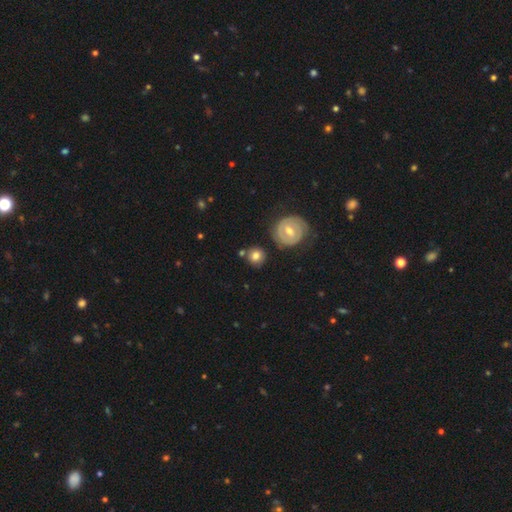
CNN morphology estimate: A smooth galaxy with no disk features (76%) that is round (90%). Merging: none (78%).